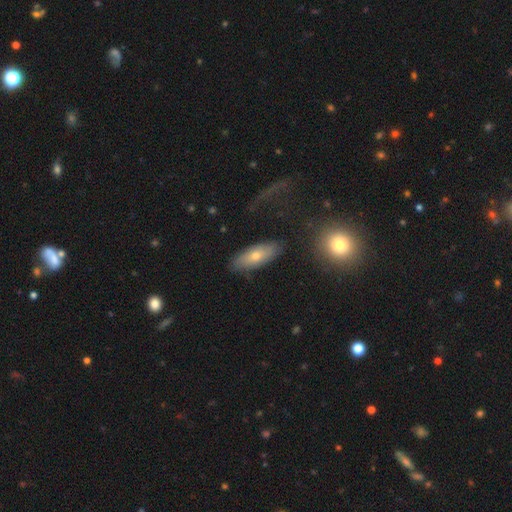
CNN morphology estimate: smooth-or-featured: smooth: 61% | featured or disk: 32% | star or artifact: 8%
  how-rounded: in between: 72% | cigar-shaped: 25% | round: 3%
  merging: none: 82% | minor disturbance: 13% | major disturbance: 3% | merger: 2%